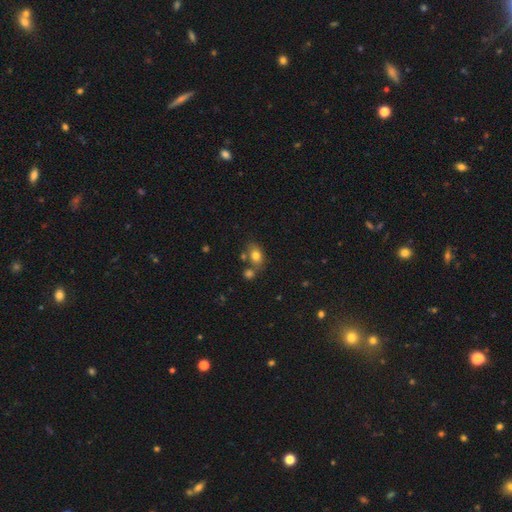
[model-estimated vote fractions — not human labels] Smooth or featured? Predicted: smooth (p=0.78). How rounded? Predicted: in between (p=0.75). Merging? Predicted: none (p=0.58).